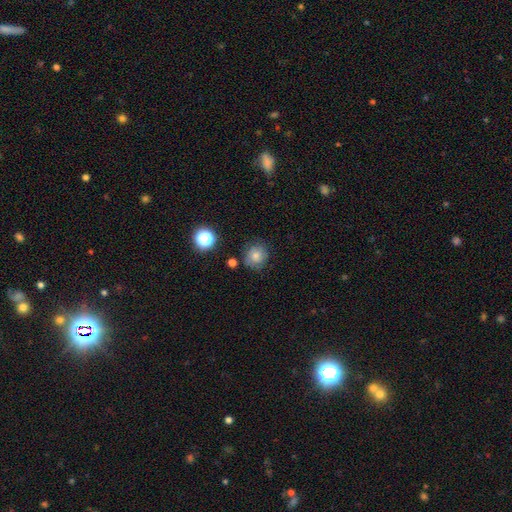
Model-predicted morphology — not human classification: smooth-or-featured: smooth: 74% | star or artifact: 14% | featured or disk: 13%
  how-rounded: round: 86% | in between: 13% | cigar-shaped: 1%
  merging: none: 76% | minor disturbance: 16% | major disturbance: 5% | merger: 4%